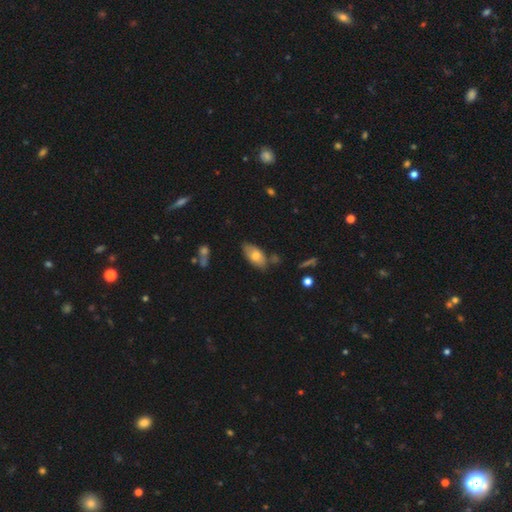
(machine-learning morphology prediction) type=smooth (72%); roundness=in between (92%); merging=none (66%).